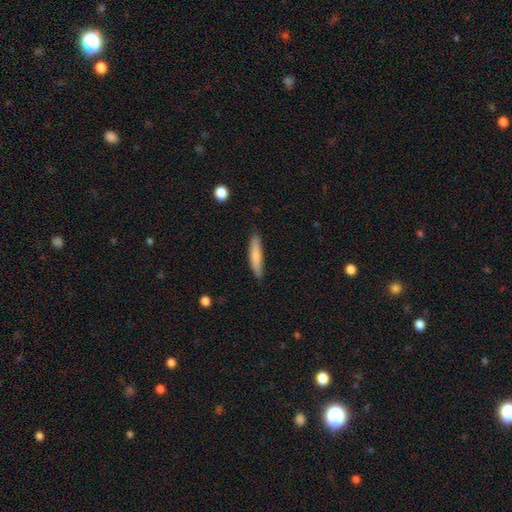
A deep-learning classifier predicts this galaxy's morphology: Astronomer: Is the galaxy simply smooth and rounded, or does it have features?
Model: smooth — 78%.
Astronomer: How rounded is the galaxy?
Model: cigar-shaped — 84%.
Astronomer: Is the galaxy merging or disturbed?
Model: none — 84%.